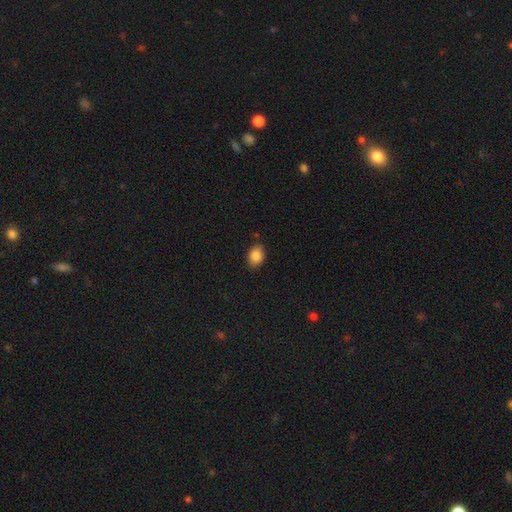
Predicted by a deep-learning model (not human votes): smooth_or_featured: smooth (p=0.86) [alt: star or artifact p=0.08]
how_rounded: in between (p=0.74) [alt: round p=0.25]
merging: none (p=0.85) [alt: minor disturbance p=0.12]